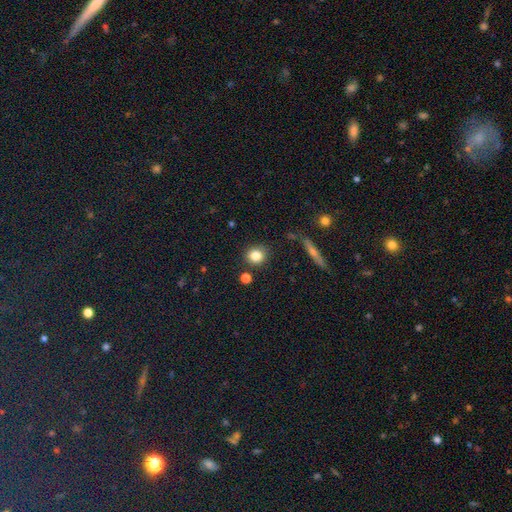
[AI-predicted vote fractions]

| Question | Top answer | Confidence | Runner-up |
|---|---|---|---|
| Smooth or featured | smooth | 82% | star or artifact (10%) |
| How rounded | round | 84% | in between (14%) |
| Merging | none | 85% | minor disturbance (9%) |